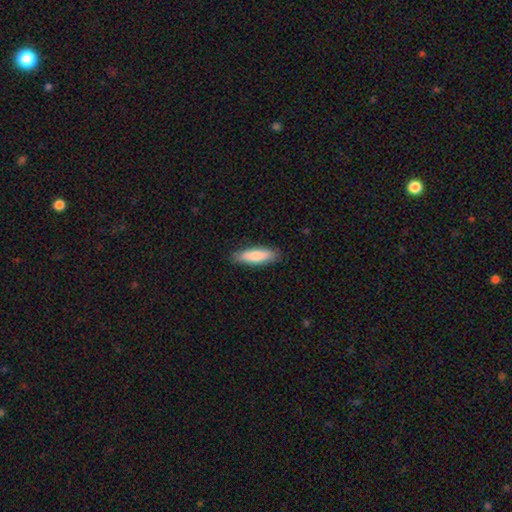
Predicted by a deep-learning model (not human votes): Smooth or featured? Predicted: smooth (p=0.82). How rounded? Predicted: cigar-shaped (p=0.62). Merging? Predicted: none (p=0.87).